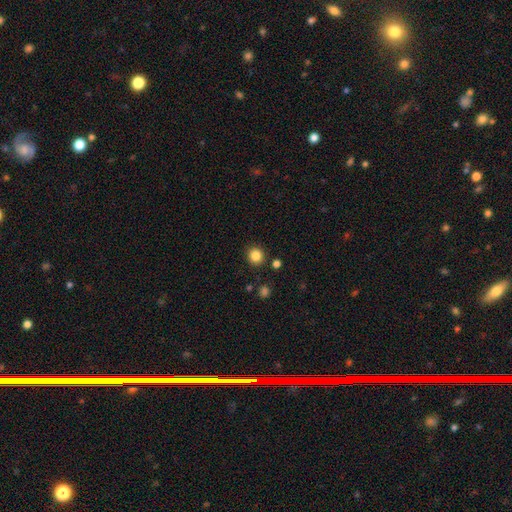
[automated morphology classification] Smooth or featured?
  - smooth: 85% *
  - star or artifact: 11%
  - featured or disk: 4%
How rounded?
  - round: 90% *
  - in between: 9%
  - cigar-shaped: 1%
Merging?
  - none: 89% *
  - minor disturbance: 6%
  - merger: 3%
  - major disturbance: 2%